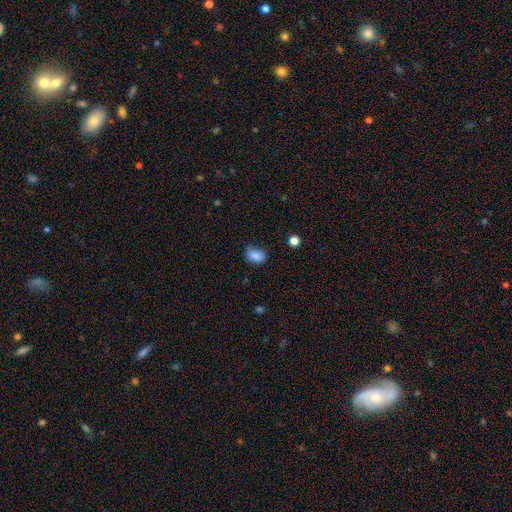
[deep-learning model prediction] Morphology: type=smooth (85%); roundness=in between (77%); merging=none (63%).